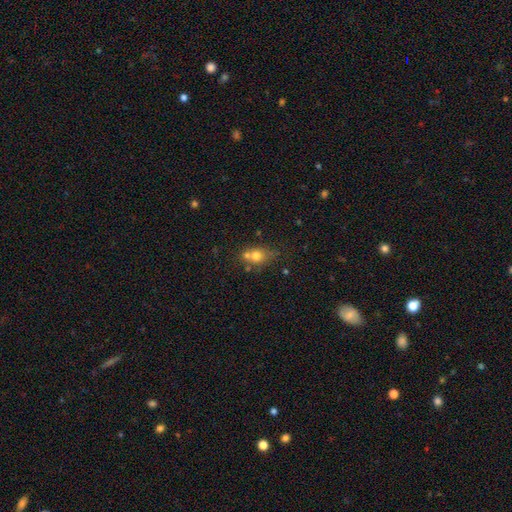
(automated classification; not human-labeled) Q: Smooth or featured?
A: smooth (69%); runner-up: featured or disk (18%)
Q: How rounded?
A: round (53%); runner-up: in between (44%)
Q: Merging?
A: none (46%); runner-up: merger (34%)